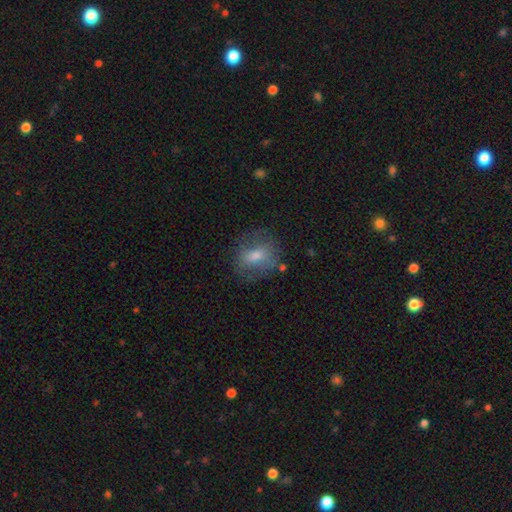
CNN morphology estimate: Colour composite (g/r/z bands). It shows a smooth galaxy with no disk features (61%) that is round (50%). Merging: none (70%).